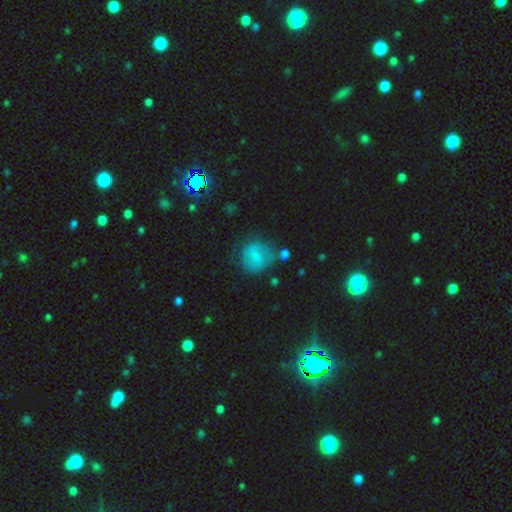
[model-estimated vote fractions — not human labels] Q: Smooth or featured?
A: smooth (53%); runner-up: featured or disk (36%)
Q: How rounded?
A: round (73%); runner-up: in between (25%)
Q: Merging?
A: none (56%); runner-up: minor disturbance (24%)